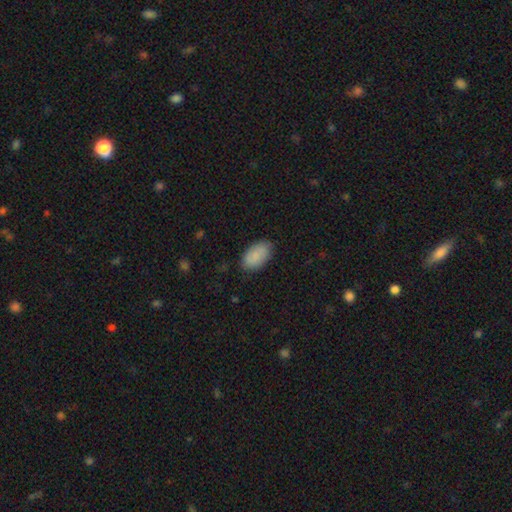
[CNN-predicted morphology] This is clearly a smooth galaxy (86%). How rounded: clearly in between (94%). Merging: clearly none (82%).